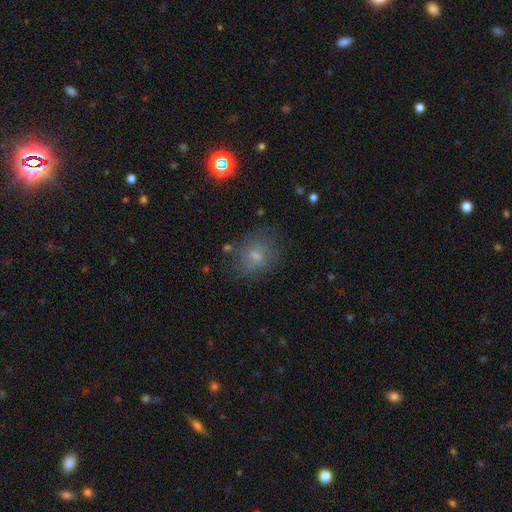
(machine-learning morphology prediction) Smooth or featured: smooth — 60% (featured or disk — 24%)
How rounded: round — 54% (in between — 45%)
Merging: none — 66% (minor disturbance — 21%)